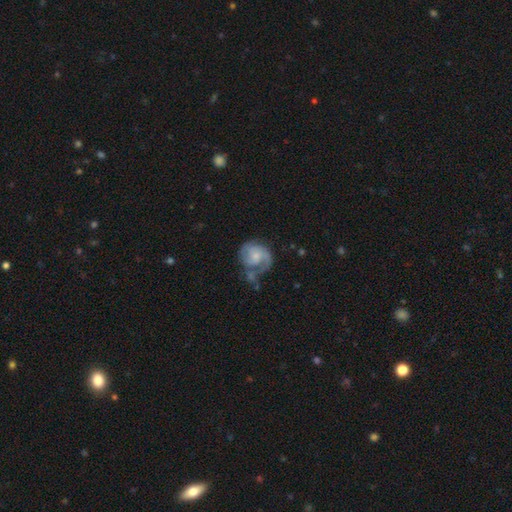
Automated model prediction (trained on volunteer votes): This is likely a featured or disk galaxy (72%). It is clearly not viewed edge-on (98%). Bar: likely no (65%). Spiral arm pattern: clearly yes (91%). Spiral arm count: possibly 2 (56%). Spiral winding: marginally medium (44%). Central bulge: possibly small (52%). Merging: marginally none (43%).